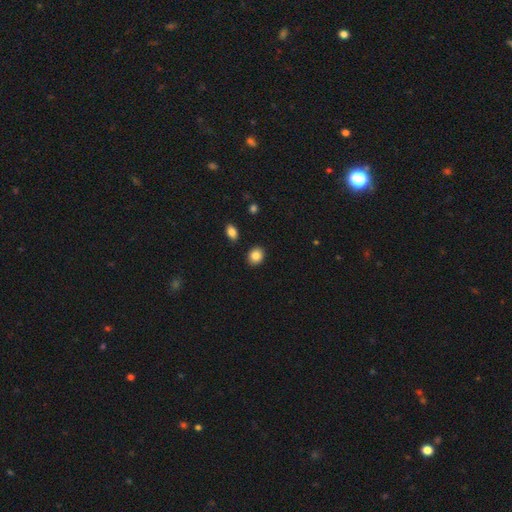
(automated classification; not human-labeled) Morphology: type=smooth (86%); roundness=round (66%); merging=none (89%).